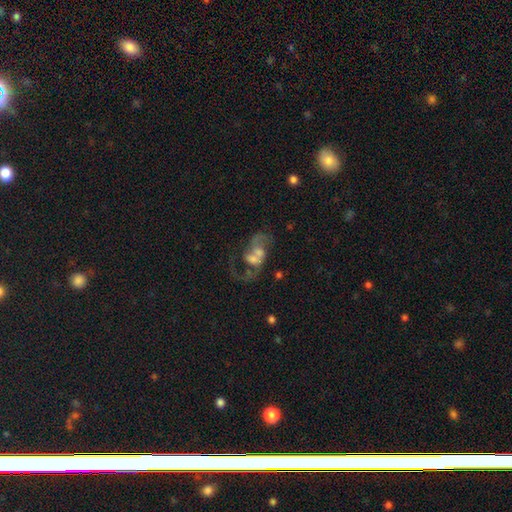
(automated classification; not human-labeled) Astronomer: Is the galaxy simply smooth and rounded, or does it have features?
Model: featured or disk — 61%.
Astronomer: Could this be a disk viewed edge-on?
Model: no — 97%.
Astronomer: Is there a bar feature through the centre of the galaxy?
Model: no — 67%.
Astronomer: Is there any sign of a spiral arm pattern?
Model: yes — 65%.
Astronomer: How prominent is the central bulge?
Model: moderate — 41% (runner-up: small, 23%).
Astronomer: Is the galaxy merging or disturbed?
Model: merger — 56%.